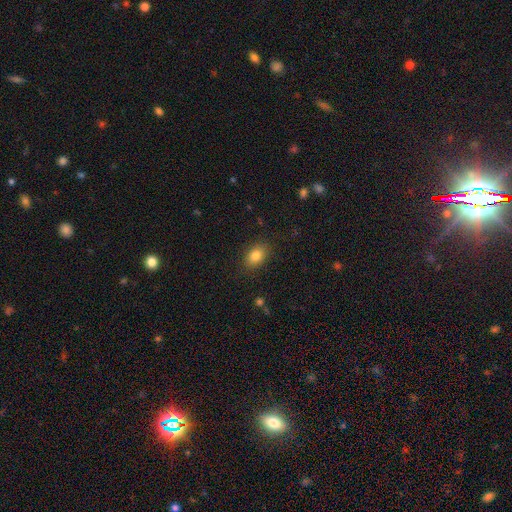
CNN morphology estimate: Smooth or featured? smooth (83%)
How rounded? in between (75%)
Merging? none (87%)